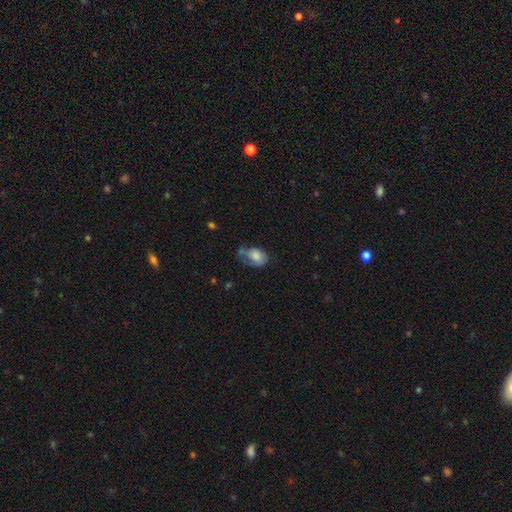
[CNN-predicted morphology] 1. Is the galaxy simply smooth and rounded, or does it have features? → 70% smooth, 22% featured or disk, 8% star or artifact.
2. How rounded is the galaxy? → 79% in between, 20% round, 1% cigar-shaped.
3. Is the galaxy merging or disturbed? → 33% minor disturbance, 30% major disturbance, 27% none, 10% merger.